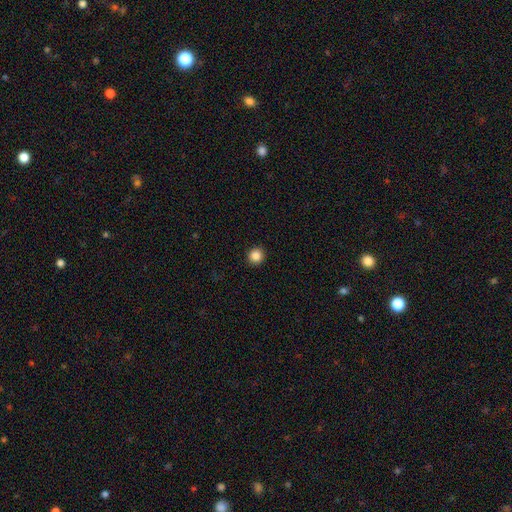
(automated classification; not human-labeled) smooth-or-featured: smooth: 86% | star or artifact: 10% | featured or disk: 4%
  how-rounded: round: 93% | in between: 6% | cigar-shaped: 1%
  merging: none: 93% | minor disturbance: 5% | major disturbance: 2% | merger: 1%